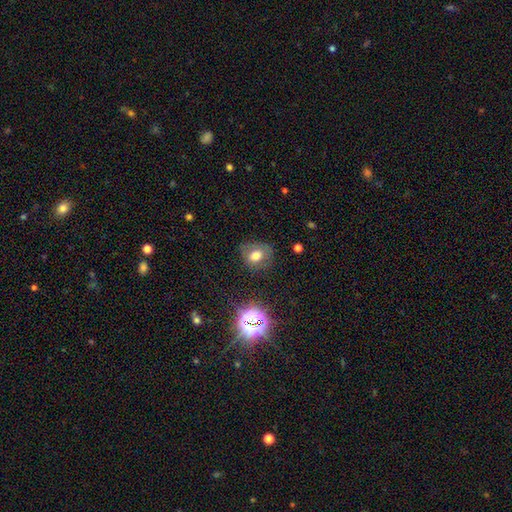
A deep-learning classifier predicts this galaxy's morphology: Q: Smooth or featured?
A: smooth (65%); runner-up: featured or disk (20%)
Q: How rounded?
A: round (56%); runner-up: in between (43%)
Q: Merging?
A: none (68%); runner-up: minor disturbance (21%)